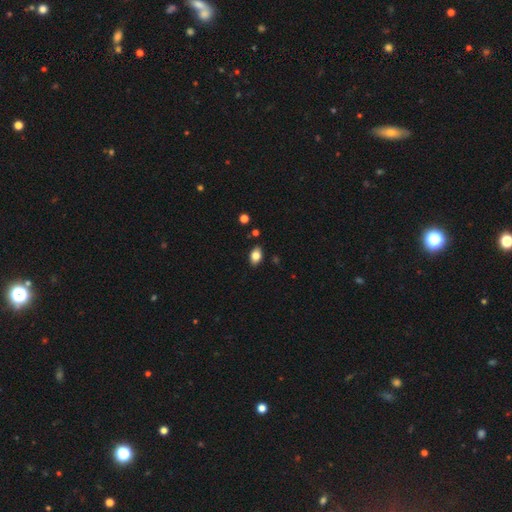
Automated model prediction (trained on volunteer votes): The model was most divided on "smooth or featured": smooth: 82%, featured or disk: 10%, star or artifact: 9%. More confident: merging — none (87%); how rounded — in between (87%).